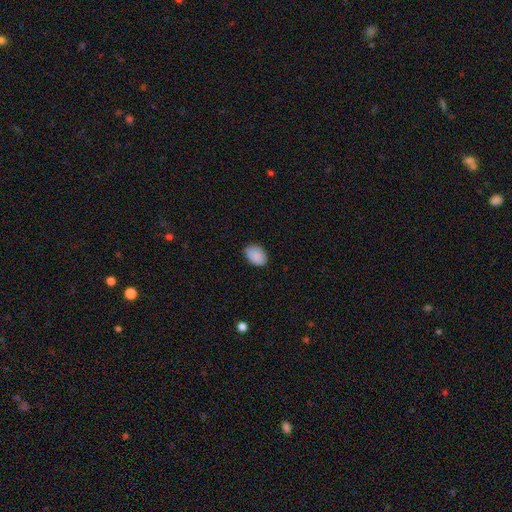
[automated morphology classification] Smooth or featured: smooth — 89% (star or artifact — 7%)
How rounded: in between — 82% (round — 17%)
Merging: none — 85% (minor disturbance — 12%)